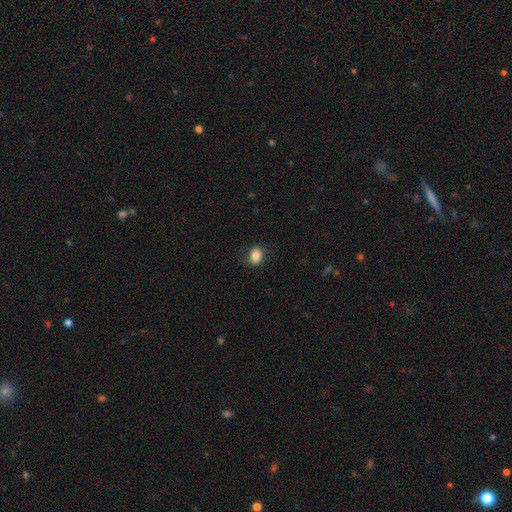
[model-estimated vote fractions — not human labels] A smooth galaxy with no disk features (84%) that is in between round and cigar-shaped (56%). Merging: none (84%).